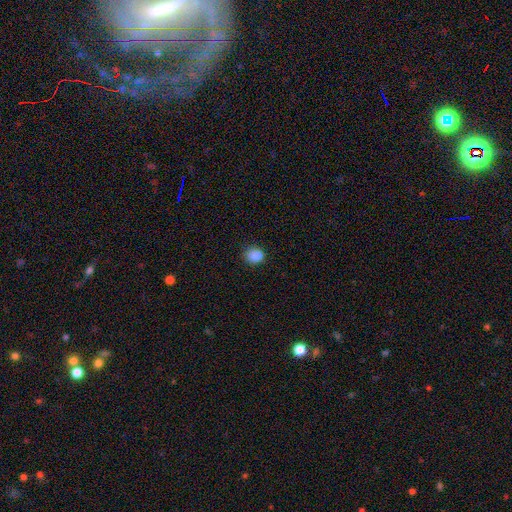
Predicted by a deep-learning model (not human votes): Smooth or featured: smooth — 85% (star or artifact — 11%)
How rounded: round — 70% (in between — 29%)
Merging: none — 77% (minor disturbance — 17%)